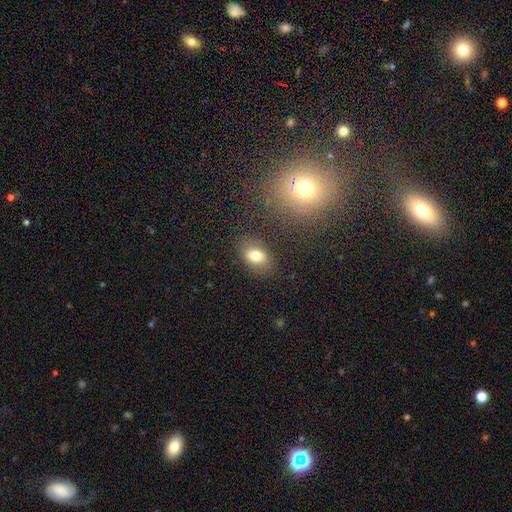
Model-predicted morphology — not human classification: Overall: smooth (77%). How rounded: in between (82%). Merging: none (81%).